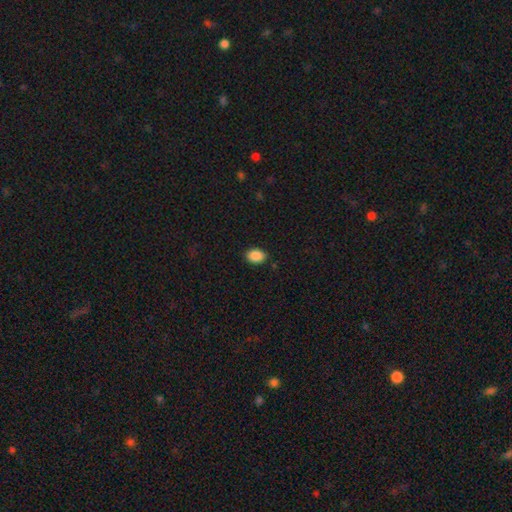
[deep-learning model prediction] smooth 89%, star or artifact 8%, featured or disk 3%. Down the decision tree: how rounded — in between (76%); merging — none (88%).